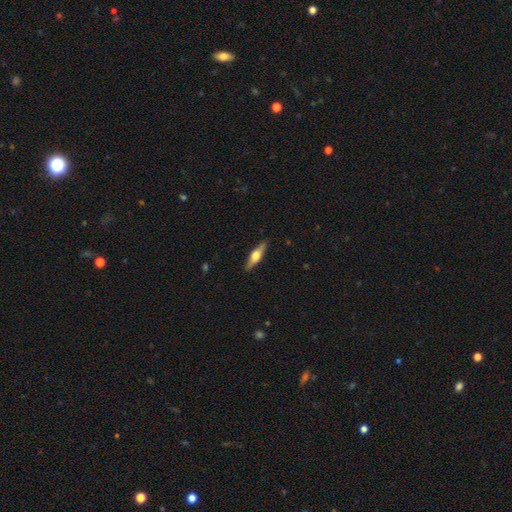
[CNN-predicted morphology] Smooth or featured?
  - featured or disk: 59% *
  - smooth: 35%
  - star or artifact: 6%
Edge-on disk?
  - yes: 95% *
  - no: 5%
Edge-on bulge?
  - rounded: 94% *
  - boxy: 4%
  - none: 2%
Merging?
  - none: 89% *
  - minor disturbance: 8%
  - major disturbance: 2%
  - merger: 1%